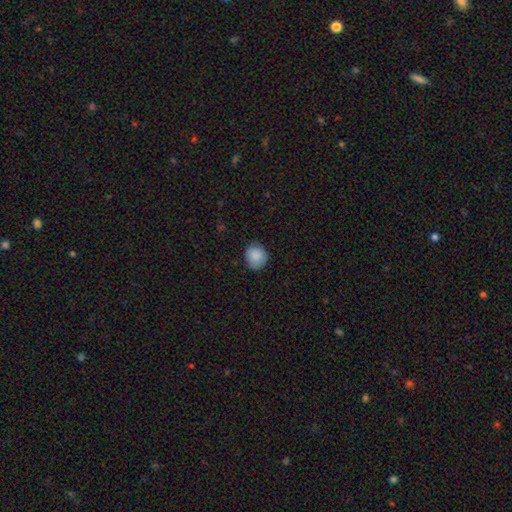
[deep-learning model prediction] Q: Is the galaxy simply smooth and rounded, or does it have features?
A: smooth — 87%.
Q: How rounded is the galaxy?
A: round — 82%.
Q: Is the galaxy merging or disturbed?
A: none — 82%.